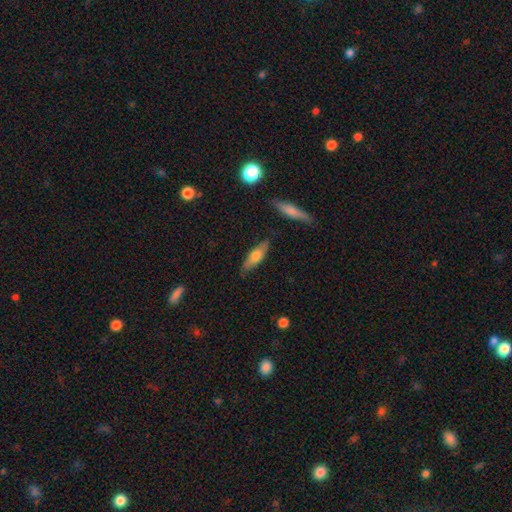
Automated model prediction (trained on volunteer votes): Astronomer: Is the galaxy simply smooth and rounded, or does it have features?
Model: smooth — 61%.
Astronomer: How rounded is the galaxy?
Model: in between — 50% (runner-up: cigar-shaped, 48%).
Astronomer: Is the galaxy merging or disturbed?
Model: none — 82%.